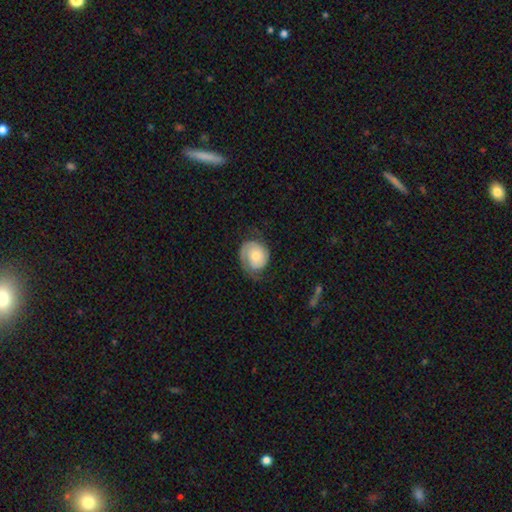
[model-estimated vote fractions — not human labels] This is likely a featured or disk galaxy (63%). It is clearly not viewed edge-on (97%). Bar: likely no (79%). Spiral arm pattern: clearly yes (88%). Spiral arm count: possibly 2 (49%). Spiral winding: possibly tight (53%). Central bulge: possibly moderate (51%). Merging: possibly none (58%).